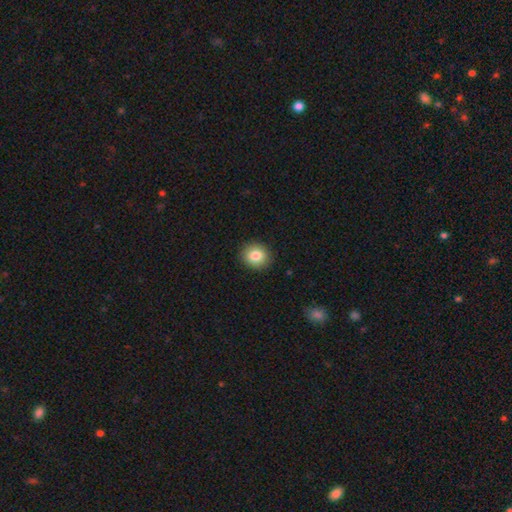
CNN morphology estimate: Smooth or featured?
  - smooth: 83% *
  - star or artifact: 9%
  - featured or disk: 8%
How rounded?
  - round: 76% *
  - in between: 23%
  - cigar-shaped: 1%
Merging?
  - none: 91% *
  - minor disturbance: 7%
  - major disturbance: 2%
  - merger: 1%